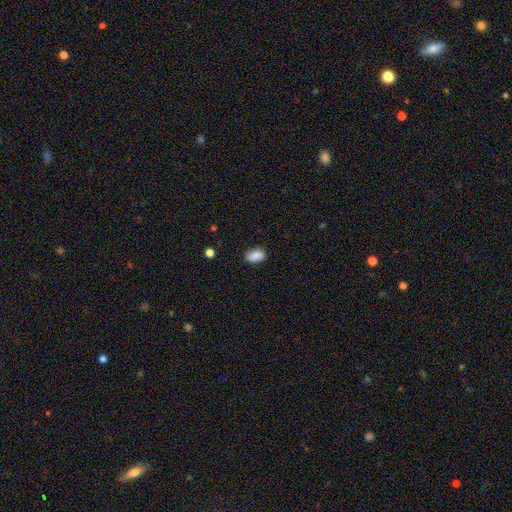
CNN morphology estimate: A smooth galaxy with no disk features (79%) that is in between round and cigar-shaped (86%).

Vote fractions:
- Smooth or featured? smooth: 79% / featured or disk: 13% / star or artifact: 8%
- How rounded? in between: 86% / round: 12% / cigar-shaped: 2%
- Merging? none: 75% / minor disturbance: 18% / major disturbance: 4% / merger: 2%